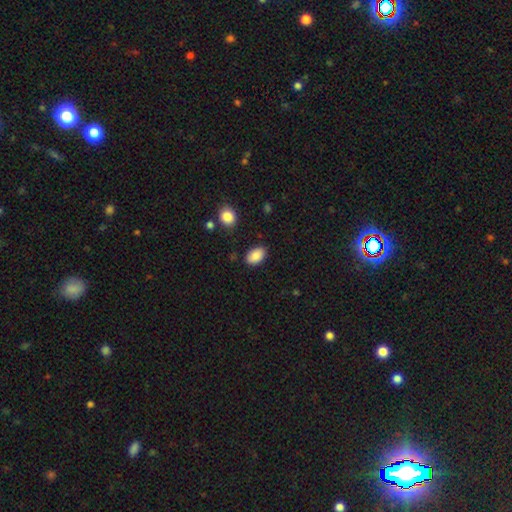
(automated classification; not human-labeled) Smooth or featured: smooth — 88% (star or artifact — 8%)
How rounded: in between — 89% (round — 10%)
Merging: none — 85% (minor disturbance — 11%)